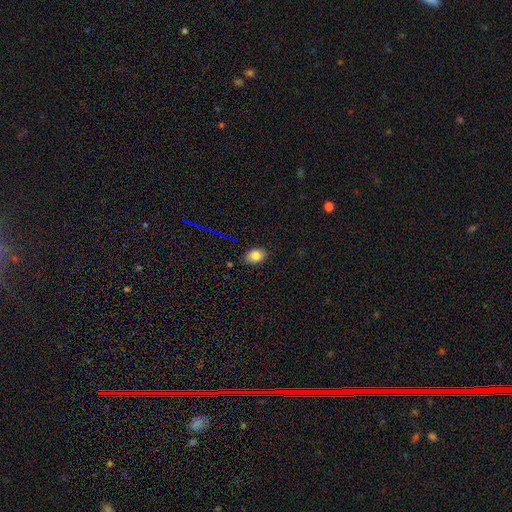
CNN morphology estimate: This is clearly a smooth galaxy (81%). How rounded: likely in between (72%). Merging: clearly none (85%).